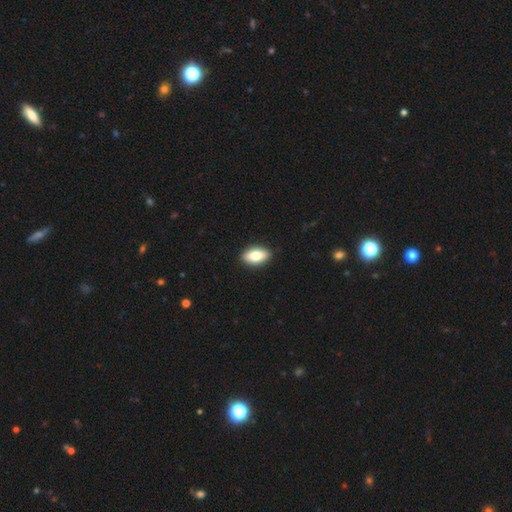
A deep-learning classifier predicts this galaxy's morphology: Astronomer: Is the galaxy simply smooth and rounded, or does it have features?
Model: smooth — 76%.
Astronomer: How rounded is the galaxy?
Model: in between — 89%.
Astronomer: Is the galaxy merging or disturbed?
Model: none — 90%.